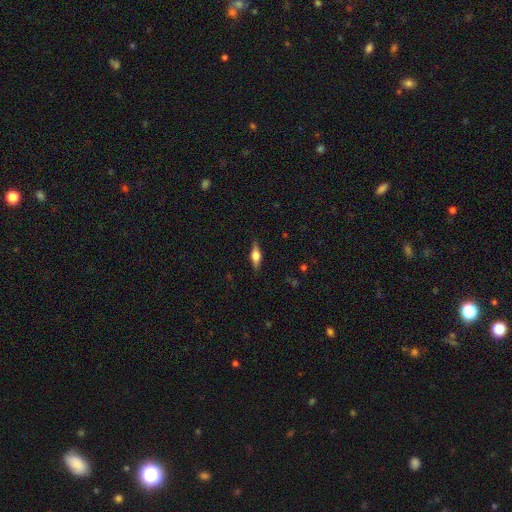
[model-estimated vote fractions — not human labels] Smooth or featured? Predicted: featured or disk (p=0.50). Merging? Predicted: none (p=0.84).